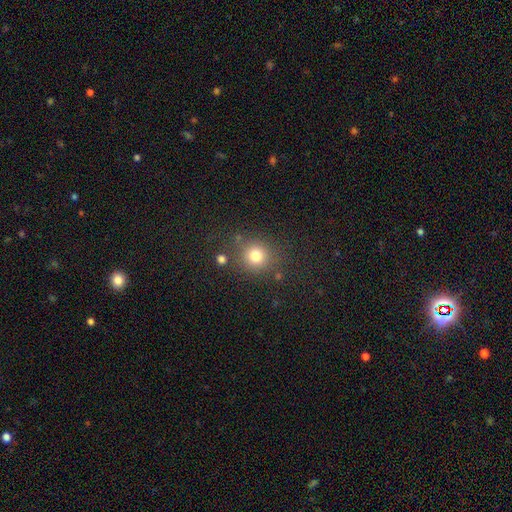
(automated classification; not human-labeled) A smooth galaxy with no disk features (79%) that is round (89%). Merging: none (79%).